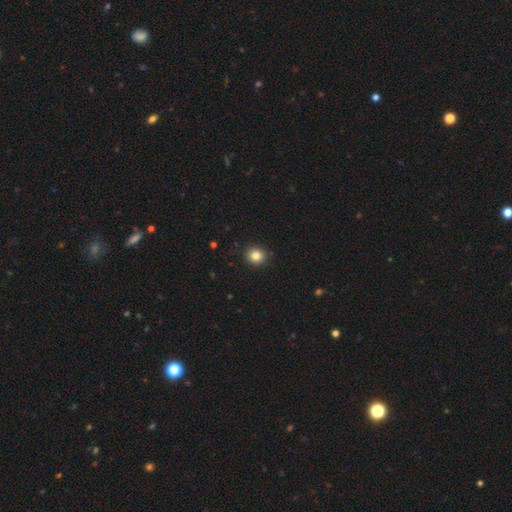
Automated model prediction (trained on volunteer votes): smooth_or_featured: smooth (p=0.83) [alt: star or artifact p=0.11]
how_rounded: round (p=0.86) [alt: in between p=0.13]
merging: none (p=0.91) [alt: minor disturbance p=0.06]